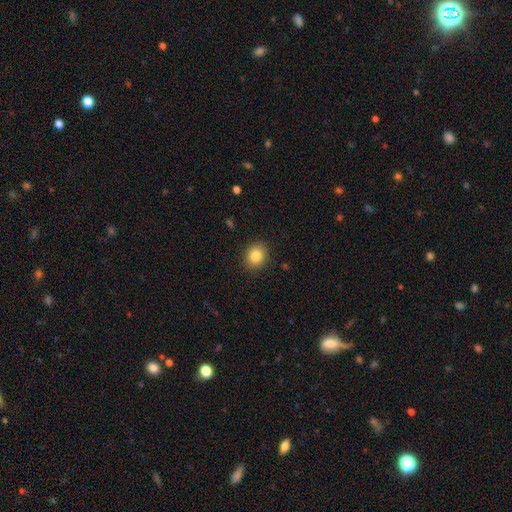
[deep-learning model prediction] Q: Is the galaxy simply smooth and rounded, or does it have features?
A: smooth — 85%.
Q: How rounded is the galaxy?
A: round — 69%.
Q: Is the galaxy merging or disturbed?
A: none — 89%.